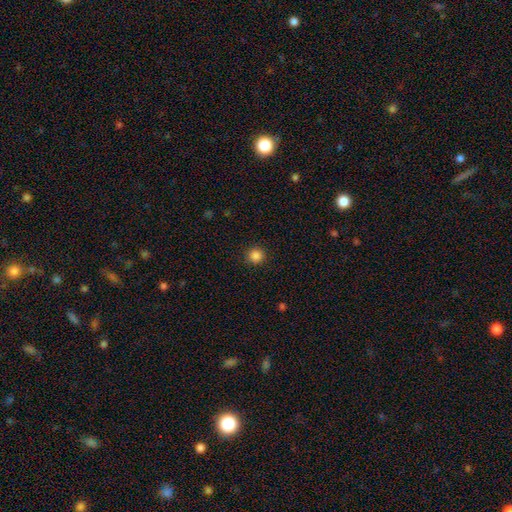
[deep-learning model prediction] The model was most divided on "smooth or featured": smooth: 86%, star or artifact: 11%, featured or disk: 3%. More confident: how rounded — round (95%); merging — none (92%).